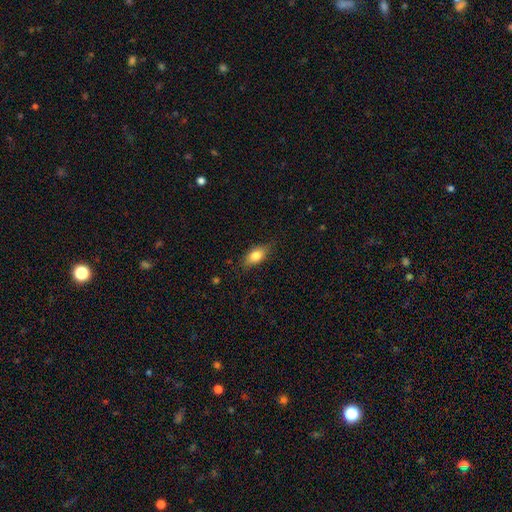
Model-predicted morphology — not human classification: smooth 79%, featured or disk 14%, star or artifact 7%. Down the decision tree: how rounded — in between (84%); merging — none (80%).